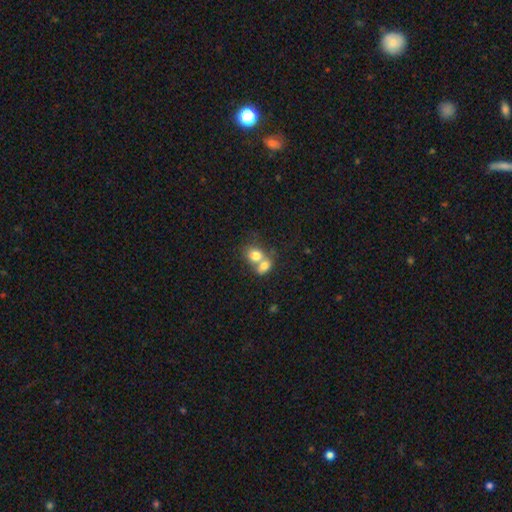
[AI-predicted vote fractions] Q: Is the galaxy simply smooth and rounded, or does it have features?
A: smooth — 76%.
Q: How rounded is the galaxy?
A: in between — 54%.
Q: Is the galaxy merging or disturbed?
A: merger — 69%.